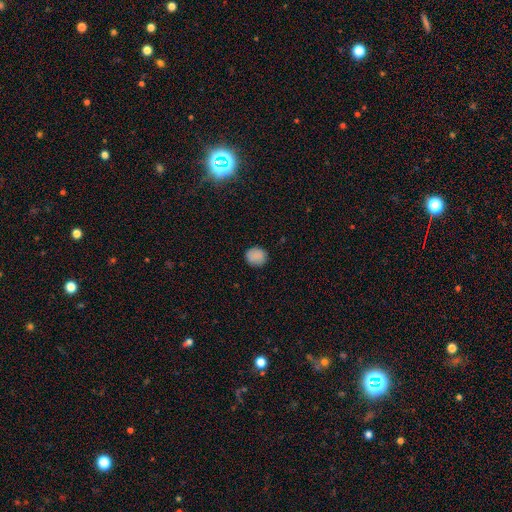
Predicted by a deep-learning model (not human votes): This appears to be a smooth galaxy with no disk features (86%) that is round (81%). Merging: none (86%).